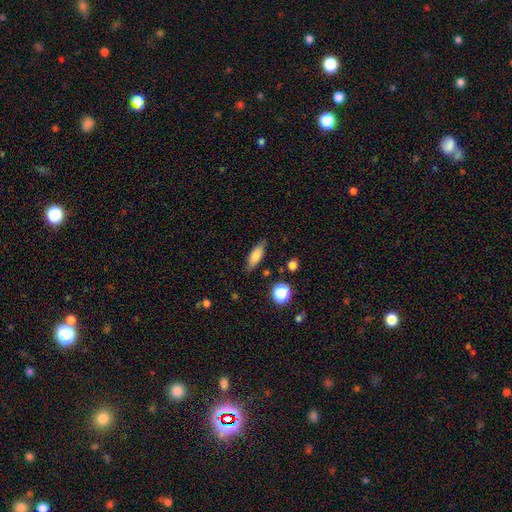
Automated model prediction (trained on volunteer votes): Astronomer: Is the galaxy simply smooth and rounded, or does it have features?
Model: smooth — 77%.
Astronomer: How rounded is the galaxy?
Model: in between — 64%.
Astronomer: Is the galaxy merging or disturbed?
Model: none — 82%.